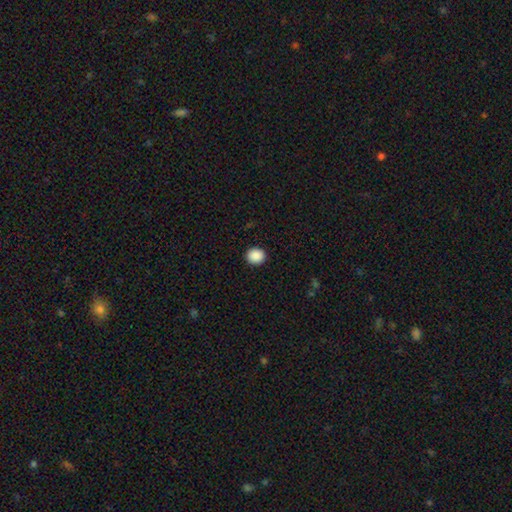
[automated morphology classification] Smooth or featured: smooth — 89% (star or artifact — 8%)
How rounded: round — 79% (in between — 20%)
Merging: none — 92% (minor disturbance — 5%)